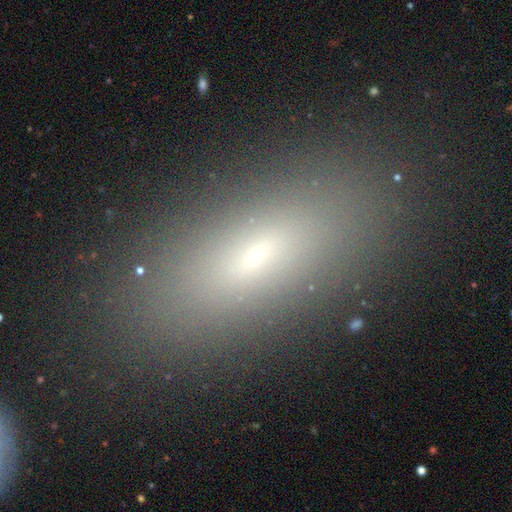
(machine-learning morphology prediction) This appears to be a smooth galaxy with no disk features (60%) that is in between round and cigar-shaped (63%). Merging: none (83%).